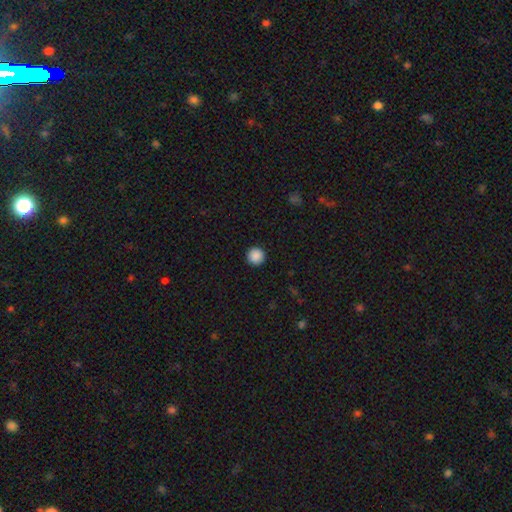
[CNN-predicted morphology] Overall: smooth (89%). How rounded: round (96%). Merging: none (93%).